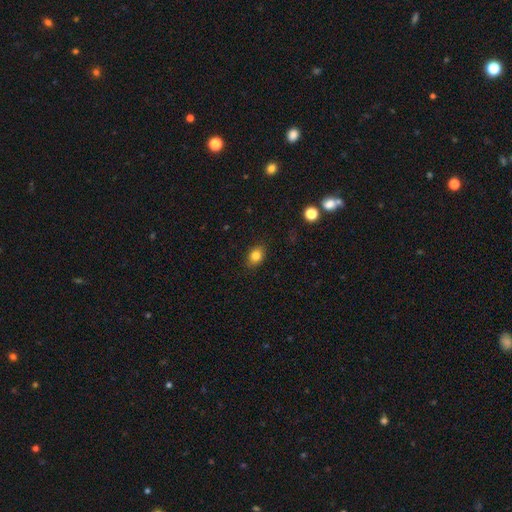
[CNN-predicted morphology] Smooth or featured? smooth (82%)
How rounded? in between (65%)
Merging? none (86%)